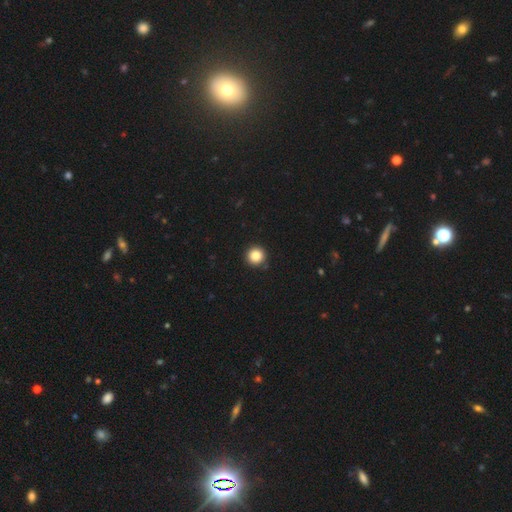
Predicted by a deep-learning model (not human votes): smooth_or_featured: smooth (p=0.85) [alt: star or artifact p=0.11]
how_rounded: round (p=0.96) [alt: in between p=0.03]
merging: none (p=0.91) [alt: minor disturbance p=0.06]